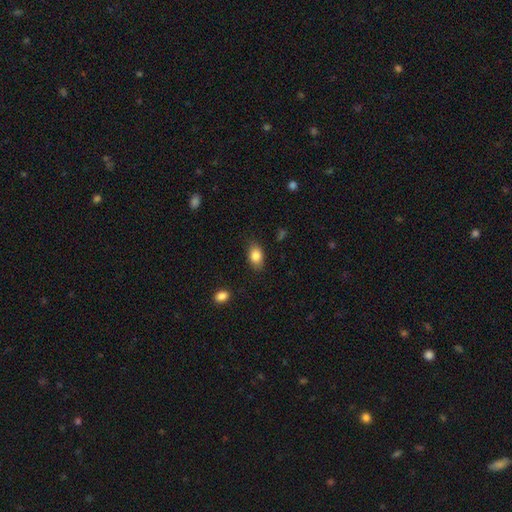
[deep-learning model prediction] smooth-or-featured: smooth: 84% | featured or disk: 8% | star or artifact: 8%
  how-rounded: in between: 86% | round: 12% | cigar-shaped: 2%
  merging: none: 82% | minor disturbance: 14% | major disturbance: 3% | merger: 1%